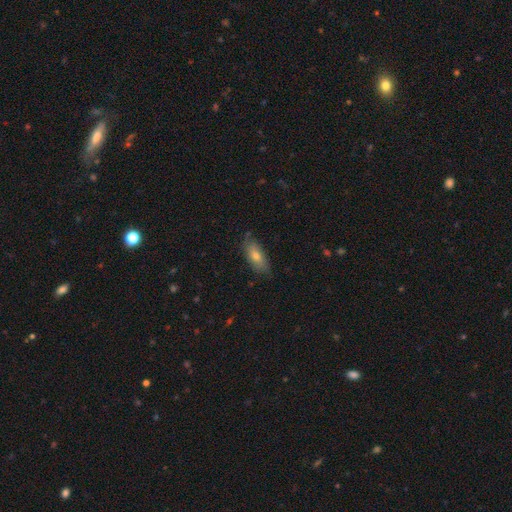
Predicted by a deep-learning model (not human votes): smooth 66%, featured or disk 25%, star or artifact 9%. Down the decision tree: how rounded — in between (73%); merging — none (79%).